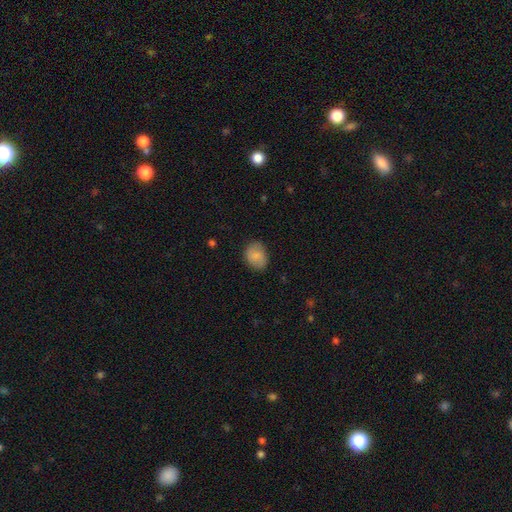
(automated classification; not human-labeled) A smooth galaxy with no disk features (80%) that is in between round and cigar-shaped (54%).

Vote fractions:
- Smooth or featured? smooth: 80% / featured or disk: 12% / star or artifact: 7%
- How rounded? in between: 54% / round: 45% / cigar-shaped: 1%
- Merging? none: 80% / minor disturbance: 16% / major disturbance: 3% / merger: 1%